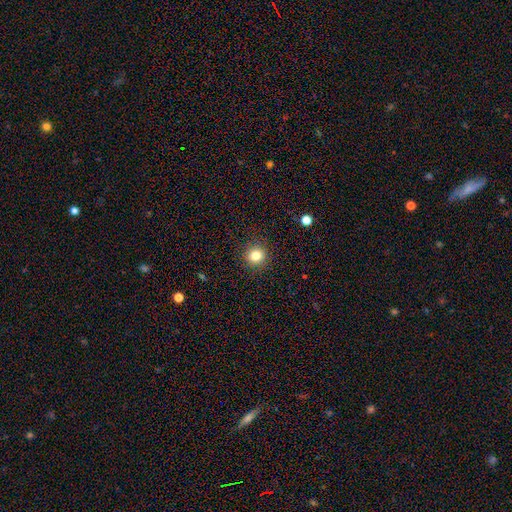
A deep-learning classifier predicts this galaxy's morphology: Q: Smooth or featured?
A: smooth (82%); runner-up: star or artifact (12%)
Q: How rounded?
A: round (91%); runner-up: in between (8%)
Q: Merging?
A: none (91%); runner-up: minor disturbance (6%)